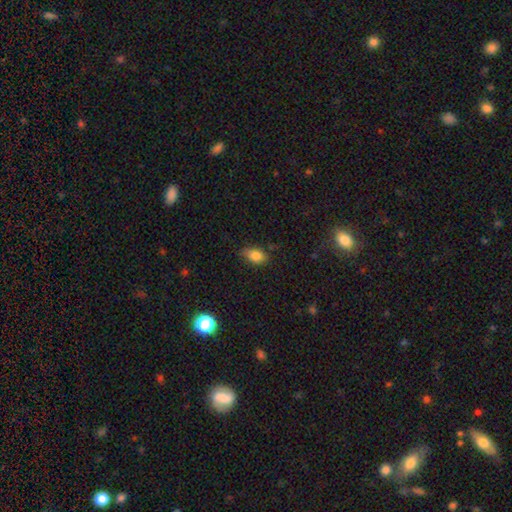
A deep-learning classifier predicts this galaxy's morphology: This appears to be a smooth galaxy with no disk features (82%) that is in between round and cigar-shaped (83%). Merging: none (69%).